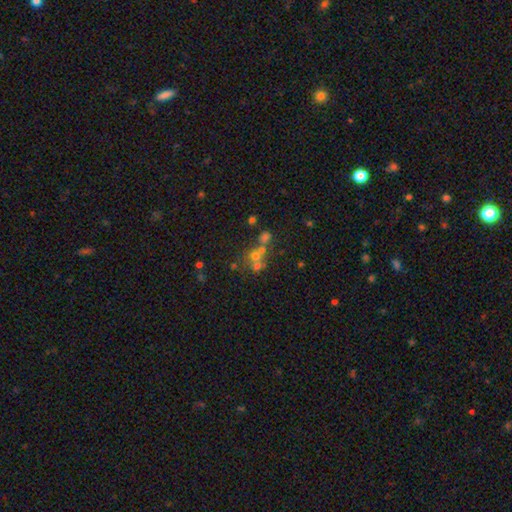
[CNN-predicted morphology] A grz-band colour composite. It shows a smooth galaxy with no disk features (42%). Merging: none (44%).